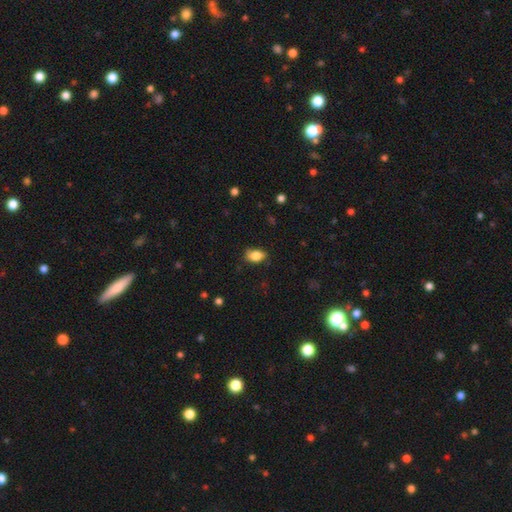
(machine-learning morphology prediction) smooth_or_featured: smooth (p=0.81) [alt: featured or disk p=0.11]
how_rounded: in between (p=0.86) [alt: round p=0.12]
merging: none (p=0.76) [alt: minor disturbance p=0.19]